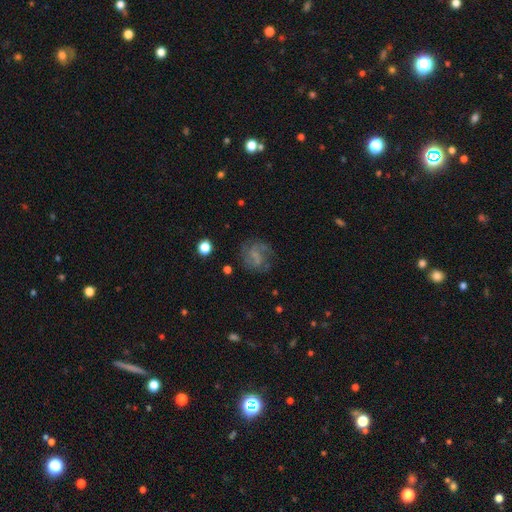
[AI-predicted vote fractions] Smooth or featured? featured or disk (67%)
Edge-on disk? no (98%)
Bar? no (46%)
Spiral arms? yes (88%)
Spiral winding? medium (47%)
Spiral arm count? 2 (47%)
Bulge size? none (43%)
Merging? none (64%)